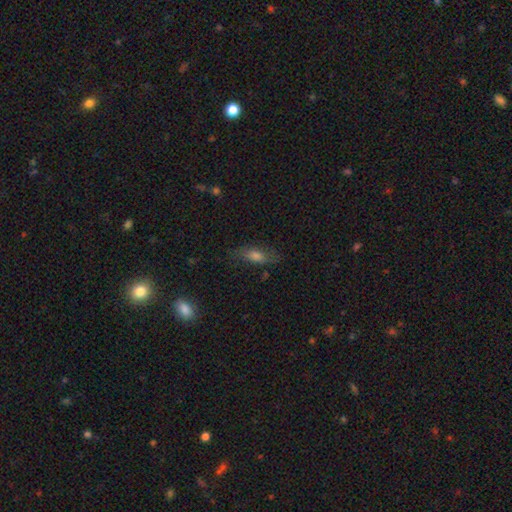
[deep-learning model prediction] This is possibly a smooth galaxy (58%). How rounded: likely in between (63%). Merging: likely none (74%).